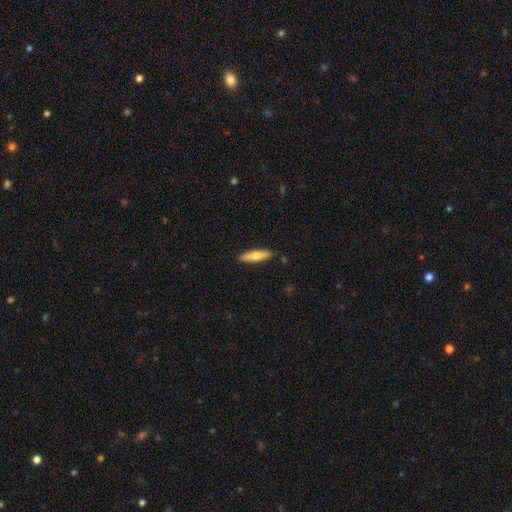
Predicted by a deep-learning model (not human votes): This appears to be a smooth galaxy with no disk features (63%) that is cigar-shaped (65%). Merging: none (88%).